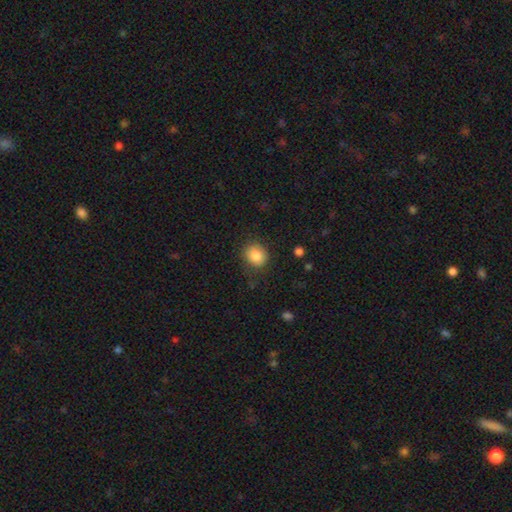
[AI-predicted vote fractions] smooth 85%, star or artifact 9%, featured or disk 6%. Down the decision tree: how rounded — round (72%); merging — none (78%).